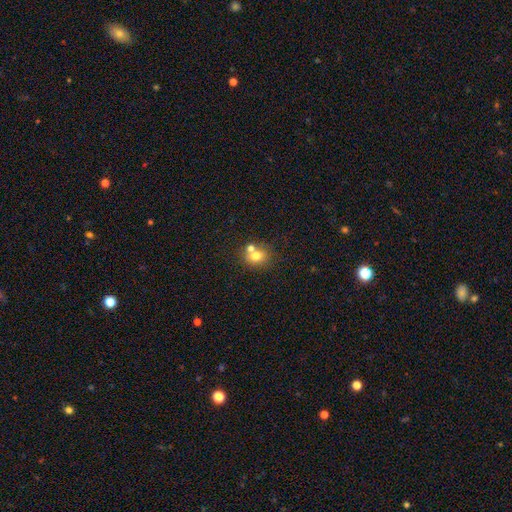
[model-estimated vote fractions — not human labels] This appears to be a smooth galaxy with no disk features (72%) that is round (69%). Merging: none (49%).